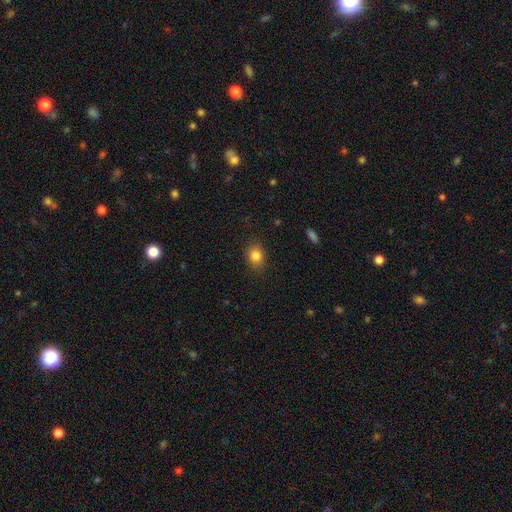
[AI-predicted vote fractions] Smooth or featured? Predicted: smooth (p=0.83). How rounded? Predicted: round (p=0.53). Merging? Predicted: none (p=0.85).